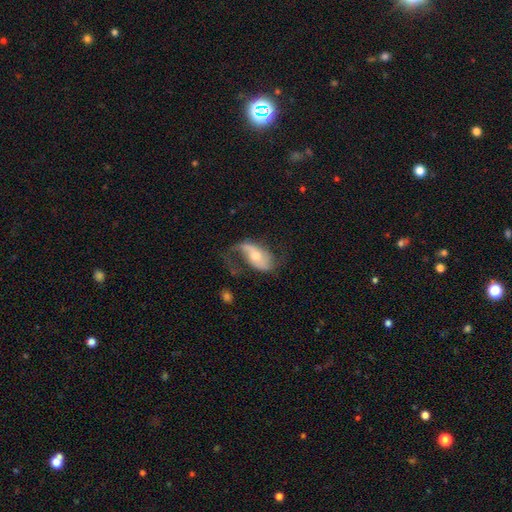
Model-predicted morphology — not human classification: Q: Smooth or featured?
A: featured or disk (69%); runner-up: smooth (25%)
Q: Edge-on disk?
A: no (94%); runner-up: yes (6%)
Q: Bar?
A: no (52%); runner-up: weak (34%)
Q: Spiral arms?
A: yes (86%); runner-up: no (14%)
Q: Spiral winding?
A: loose (70%); runner-up: medium (24%)
Q: Spiral arm count?
A: 2 (58%); runner-up: 1 (35%)
Q: Bulge size?
A: moderate (64%); runner-up: small (25%)
Q: Merging?
A: none (38%); runner-up: major disturbance (36%)